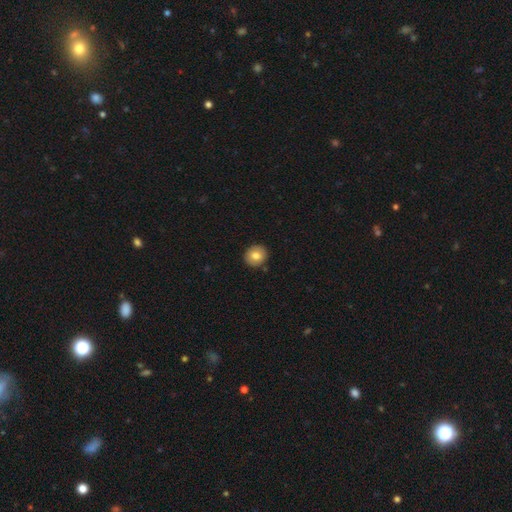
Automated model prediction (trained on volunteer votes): smooth-or-featured: smooth: 79% | featured or disk: 12% | star or artifact: 8%
  how-rounded: round: 85% | in between: 14% | cigar-shaped: 1%
  merging: none: 90% | minor disturbance: 7% | major disturbance: 2% | merger: 1%